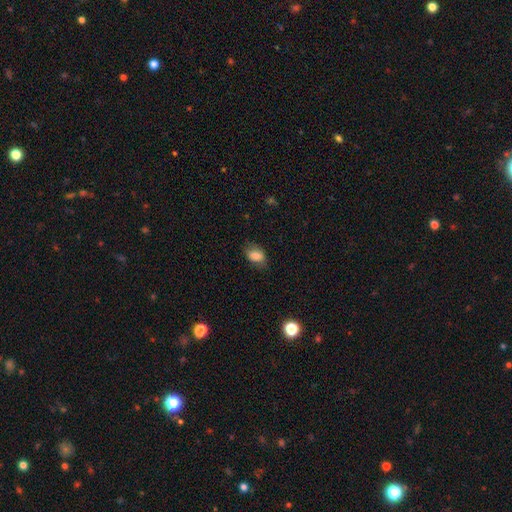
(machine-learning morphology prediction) This appears to be a smooth galaxy with no disk features (82%) that is in between round and cigar-shaped (82%). Merging: none (75%).